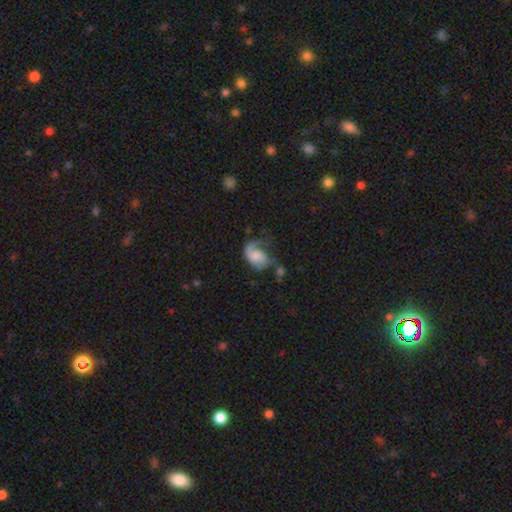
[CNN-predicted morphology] smooth_or_featured: featured or disk (p=0.60) [alt: smooth p=0.32]
disk_edge_on: no (p=0.97) [alt: yes p=0.03]
bar: no (p=0.66) [alt: weak p=0.28]
has_spiral_arms: yes (p=0.85) [alt: no p=0.15]
bulge_size: none (p=0.27) [alt: moderate p=0.26]
merging: major disturbance (p=0.41) [alt: none p=0.27]